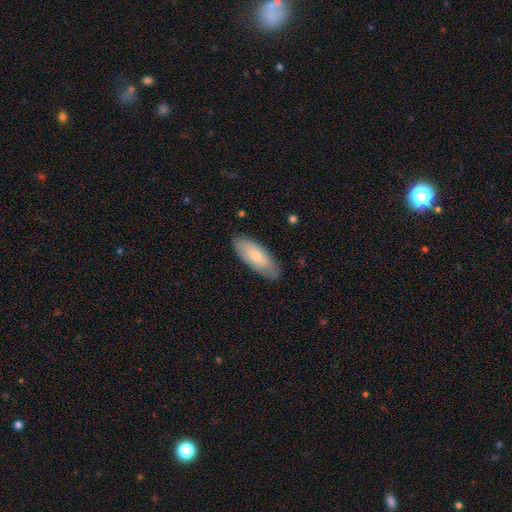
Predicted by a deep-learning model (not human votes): Overall: smooth (70%). How rounded: in between (76%). Merging: none (82%).